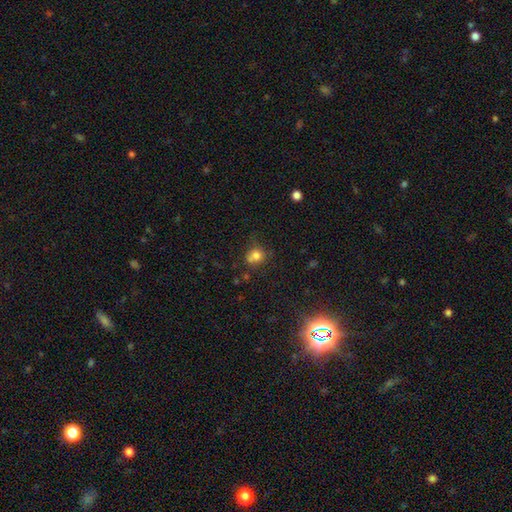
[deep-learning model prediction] Morphology: type=smooth (76%); roundness=round (76%); merging=none (53%).